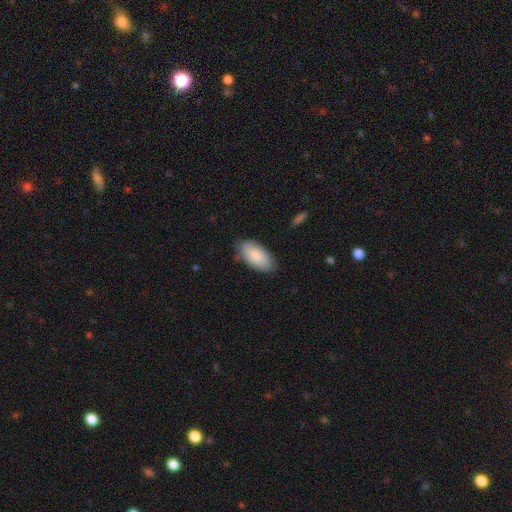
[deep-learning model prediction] smooth 85%, featured or disk 10%, star or artifact 6%. Down the decision tree: how rounded — in between (95%); merging — none (80%).